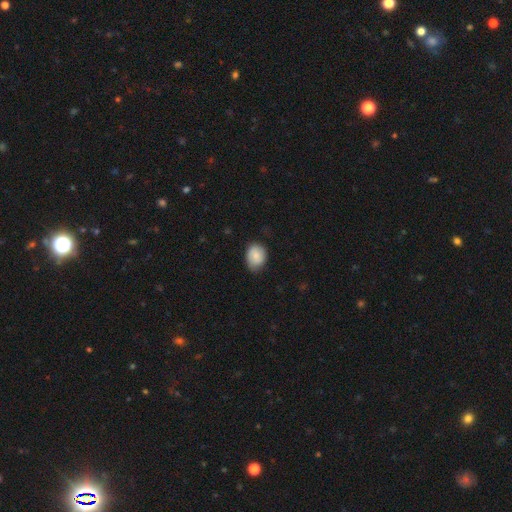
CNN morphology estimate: type=smooth (83%); roundness=in between (60%); merging=none (69%).